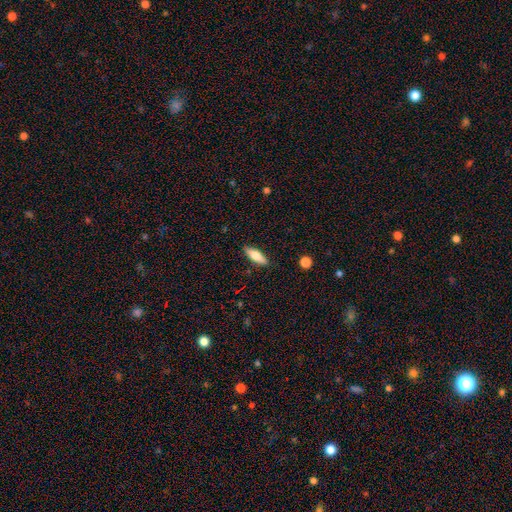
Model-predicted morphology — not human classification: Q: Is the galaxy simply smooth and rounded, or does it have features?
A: smooth — 68%.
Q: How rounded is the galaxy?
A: in between — 55%.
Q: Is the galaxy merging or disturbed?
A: none — 88%.